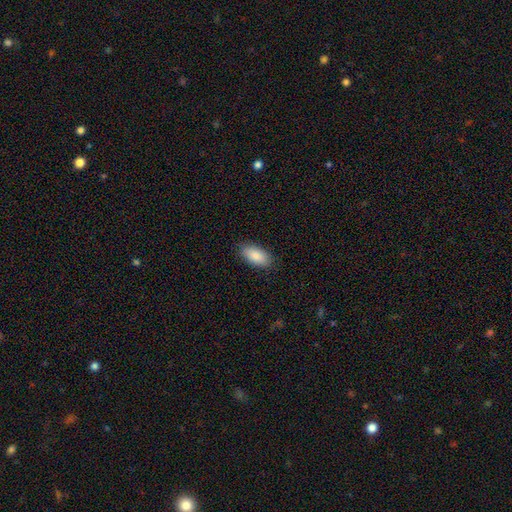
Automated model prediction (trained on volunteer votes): smooth 88%, star or artifact 6%, featured or disk 6%. Down the decision tree: how rounded — in between (92%); merging — none (87%).